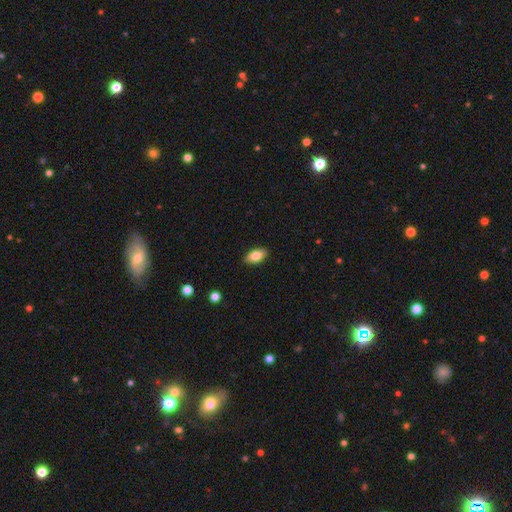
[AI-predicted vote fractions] smooth-or-featured: smooth: 80% | featured or disk: 13% | star or artifact: 7%
  how-rounded: in between: 91% | cigar-shaped: 6% | round: 4%
  merging: none: 89% | minor disturbance: 8% | major disturbance: 2% | merger: 1%